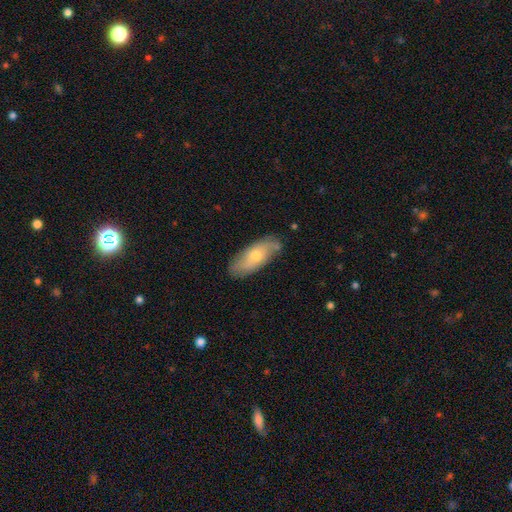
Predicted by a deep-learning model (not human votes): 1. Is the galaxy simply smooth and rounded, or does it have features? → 55% smooth, 38% featured or disk, 6% star or artifact.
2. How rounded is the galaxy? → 77% in between, 20% cigar-shaped, 3% round.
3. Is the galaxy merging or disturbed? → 76% none, 18% minor disturbance, 3% major disturbance, 2% merger.